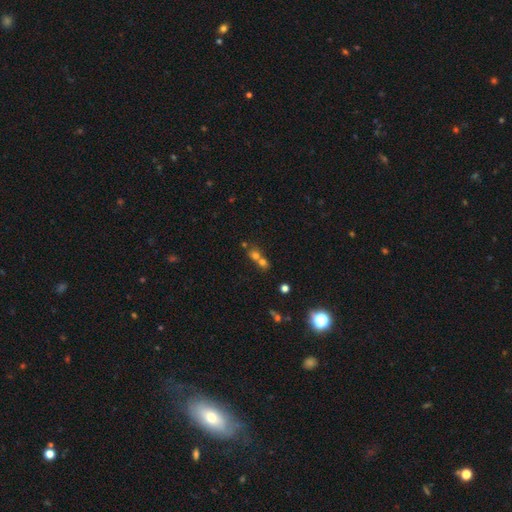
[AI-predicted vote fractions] smooth 64%, star or artifact 21%, featured or disk 16%. Down the decision tree: how rounded — round (73%); merging — merger (60%).